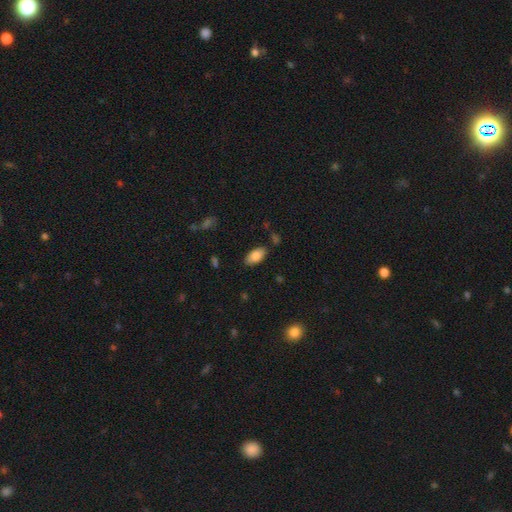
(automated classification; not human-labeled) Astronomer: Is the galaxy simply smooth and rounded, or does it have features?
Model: smooth — 82%.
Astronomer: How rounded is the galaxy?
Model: in between — 94%.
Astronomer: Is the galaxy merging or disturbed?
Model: none — 83%.